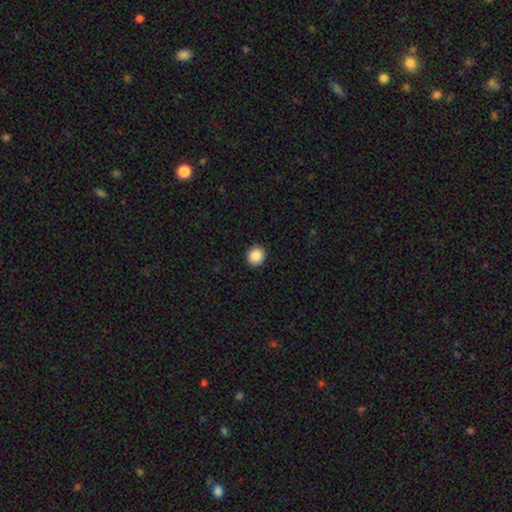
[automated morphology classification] Smooth or featured?
  - smooth: 88% *
  - star or artifact: 9%
  - featured or disk: 3%
How rounded?
  - round: 90% *
  - in between: 9%
  - cigar-shaped: 1%
Merging?
  - none: 92% *
  - minor disturbance: 5%
  - major disturbance: 2%
  - merger: 1%